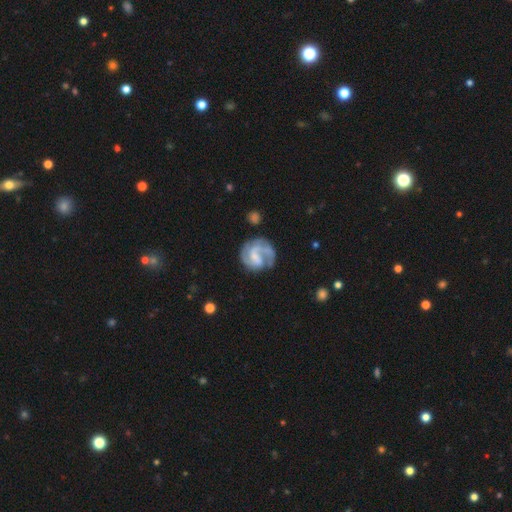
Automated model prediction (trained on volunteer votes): Smooth or featured: featured or disk — 82% (smooth — 13%)
Edge-on disk: no — 98% (yes — 2%)
Bar: weak — 50% (no — 32%)
Spiral arms: yes — 94% (no — 6%)
Spiral winding: medium — 48% (tight — 33%)
Spiral arm count: 2 — 60% (3 — 15%)
Bulge size: small — 39% (none — 36%)
Merging: none — 60% (minor disturbance — 20%)